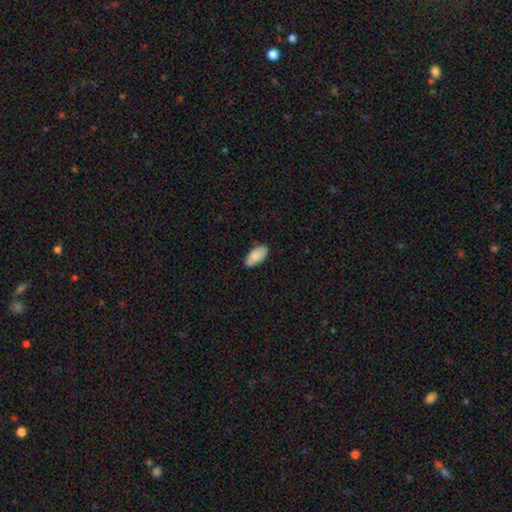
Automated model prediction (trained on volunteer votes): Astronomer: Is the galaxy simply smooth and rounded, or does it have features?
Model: smooth — 84%.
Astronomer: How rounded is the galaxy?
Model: in between — 94%.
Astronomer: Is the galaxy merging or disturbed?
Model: none — 82%.